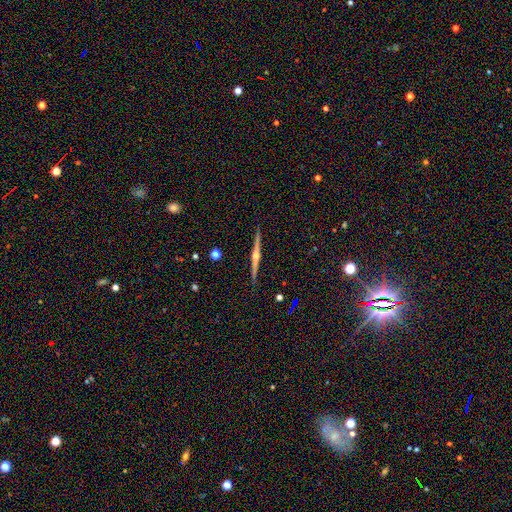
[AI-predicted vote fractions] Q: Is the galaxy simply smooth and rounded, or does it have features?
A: featured or disk — 84%.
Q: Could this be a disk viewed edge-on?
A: yes — 99%.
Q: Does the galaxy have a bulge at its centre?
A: rounded — 92%.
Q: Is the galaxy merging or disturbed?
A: none — 92%.